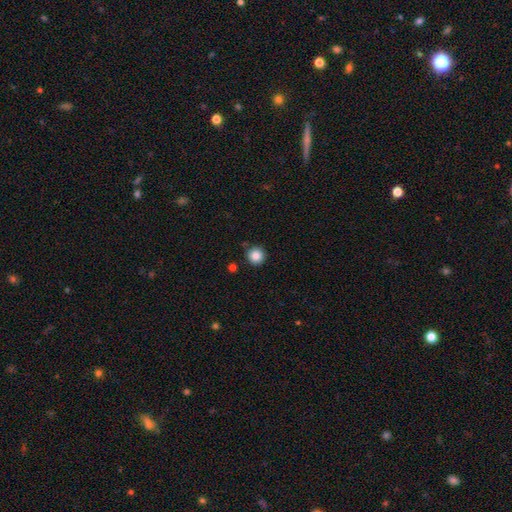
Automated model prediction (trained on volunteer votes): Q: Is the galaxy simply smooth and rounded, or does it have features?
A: smooth — 86%.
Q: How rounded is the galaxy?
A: round — 96%.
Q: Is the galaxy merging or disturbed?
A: none — 89%.